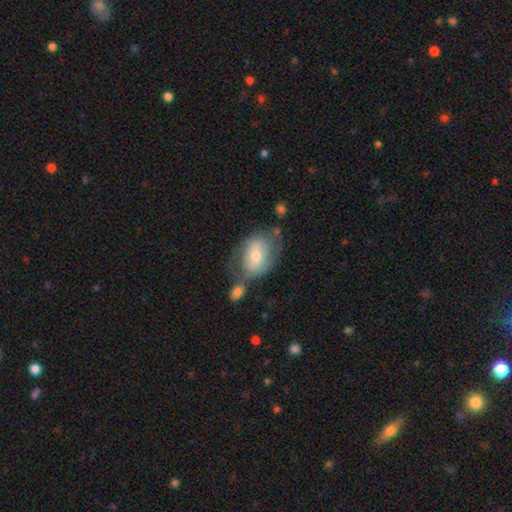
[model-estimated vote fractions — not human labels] This is possibly a smooth galaxy (52%). How rounded: likely in between (71%). Merging: marginally none (42%).